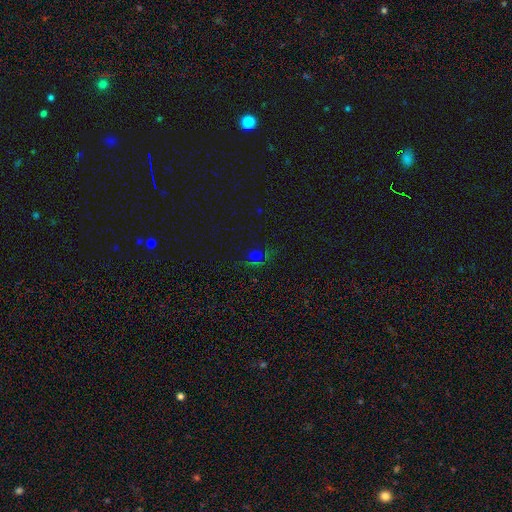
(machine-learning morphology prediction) Q: Smooth or featured?
A: star or artifact (59%); runner-up: smooth (30%)